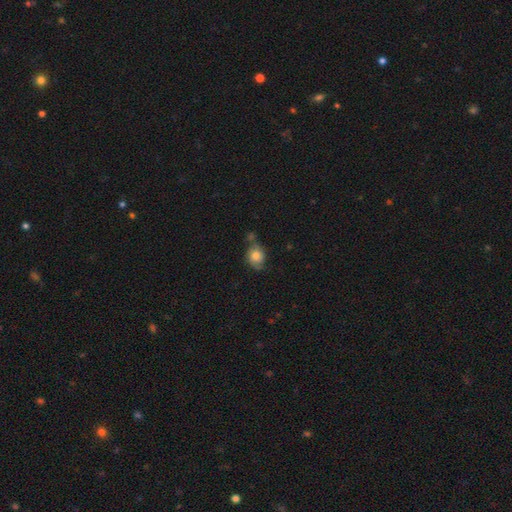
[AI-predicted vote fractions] The model was most divided on "how rounded": round: 55%, in between: 44%, cigar-shaped: 1%. More confident: smooth or featured — smooth (72%); merging — none (50%).